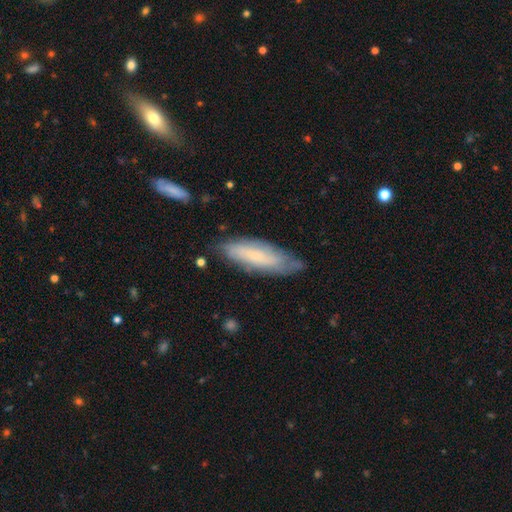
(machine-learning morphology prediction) Smooth or featured: smooth — 54% (featured or disk — 39%)
How rounded: cigar-shaped — 51% (in between — 48%)
Merging: none — 70% (minor disturbance — 23%)